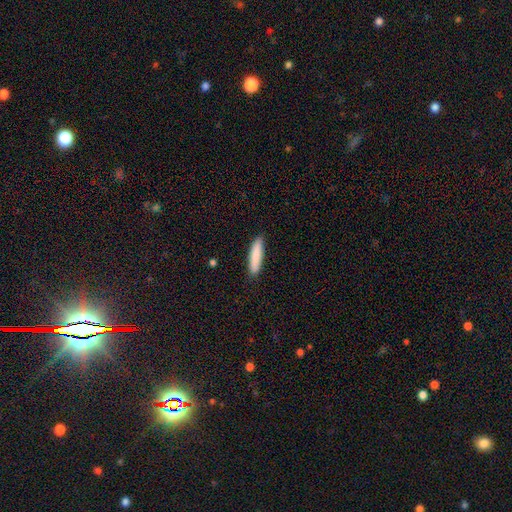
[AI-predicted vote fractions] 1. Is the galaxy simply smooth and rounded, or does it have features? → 86% smooth, 9% featured or disk, 6% star or artifact.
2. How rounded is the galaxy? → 80% cigar-shaped, 19% in between, 1% round.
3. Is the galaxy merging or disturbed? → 89% none, 8% minor disturbance, 2% major disturbance, 1% merger.